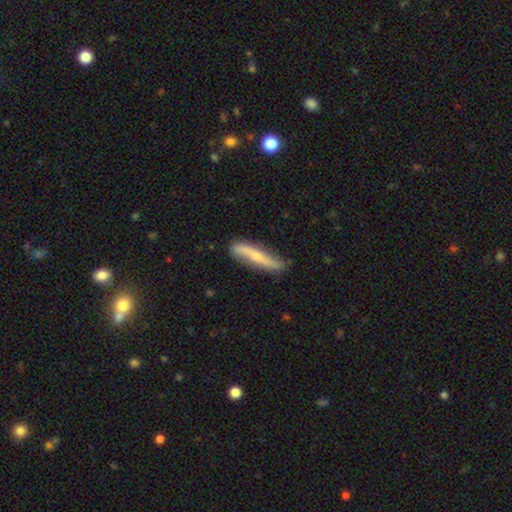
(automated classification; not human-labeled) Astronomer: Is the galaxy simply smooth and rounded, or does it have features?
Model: featured or disk — 60%.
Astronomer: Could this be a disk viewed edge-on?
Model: yes — 61% (runner-up: no, 39%).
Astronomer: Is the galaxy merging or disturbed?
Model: none — 78%.